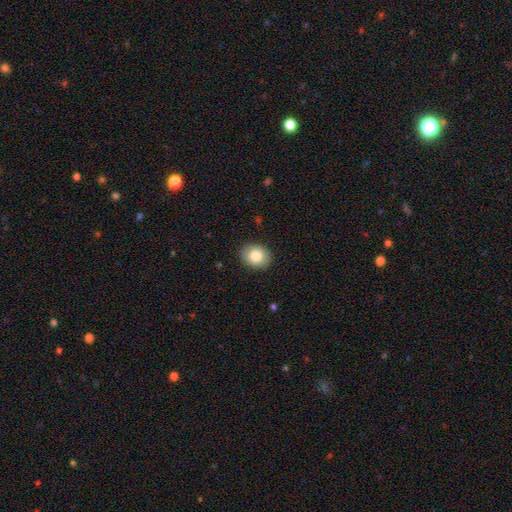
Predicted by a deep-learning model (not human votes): Q: Smooth or featured?
A: smooth (83%); runner-up: featured or disk (9%)
Q: How rounded?
A: round (56%); runner-up: in between (43%)
Q: Merging?
A: none (89%); runner-up: minor disturbance (8%)